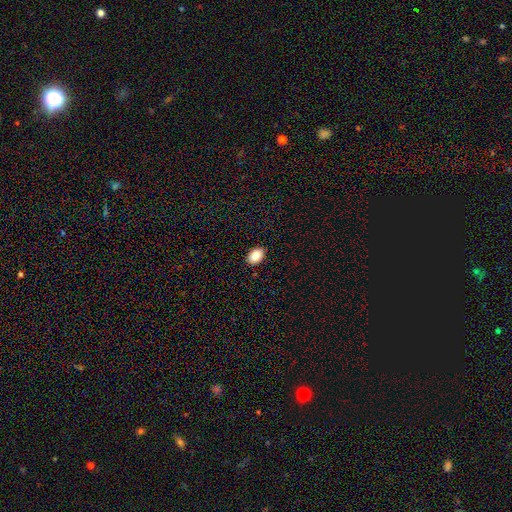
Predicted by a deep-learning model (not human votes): Morphology: type=smooth (88%); roundness=in between (86%); merging=none (90%).